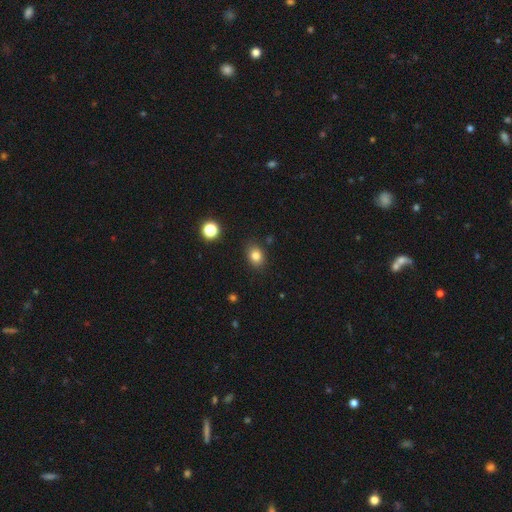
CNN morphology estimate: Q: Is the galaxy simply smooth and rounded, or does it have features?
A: smooth — 81%.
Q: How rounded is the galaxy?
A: in between — 58%.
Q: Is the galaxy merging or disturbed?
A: none — 86%.